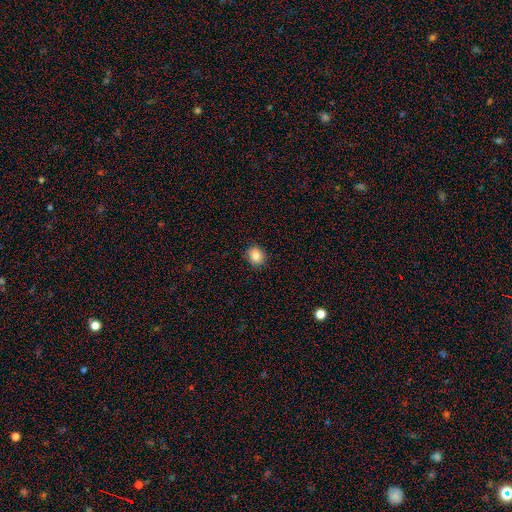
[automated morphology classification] The model was most divided on "how rounded": round: 70%, in between: 29%, cigar-shaped: 1%. More confident: merging — none (88%); smooth or featured — smooth (85%).